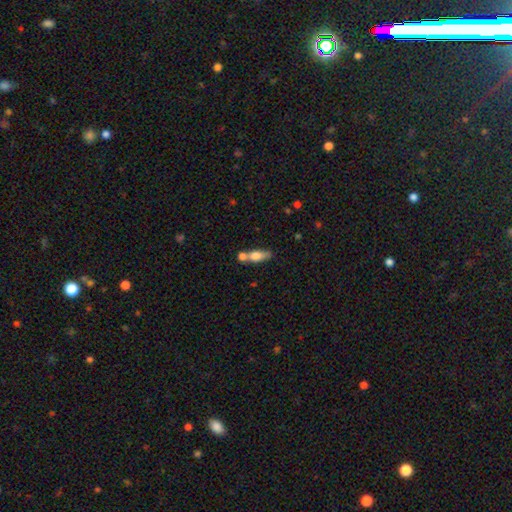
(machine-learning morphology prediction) A smooth galaxy with no disk features (71%) that is in between round and cigar-shaped (63%). Merging: merger (43%).